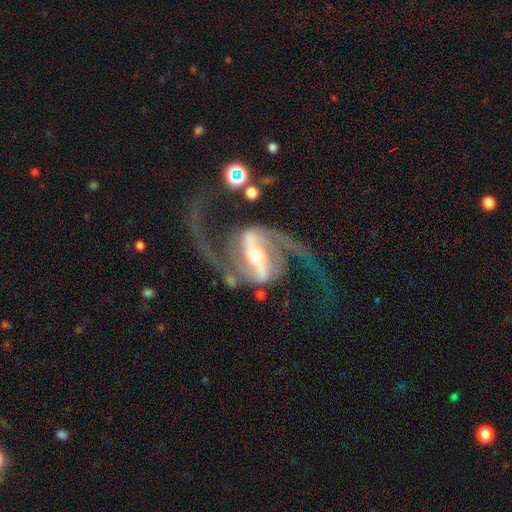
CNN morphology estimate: Smooth or featured? featured or disk (93%)
Edge-on disk? no (97%)
Bar? strong (72%)
Spiral arms? yes (98%)
Spiral winding? loose (50%)
Spiral arm count? 2 (94%)
Bulge size? moderate (56%)
Merging? none (67%)